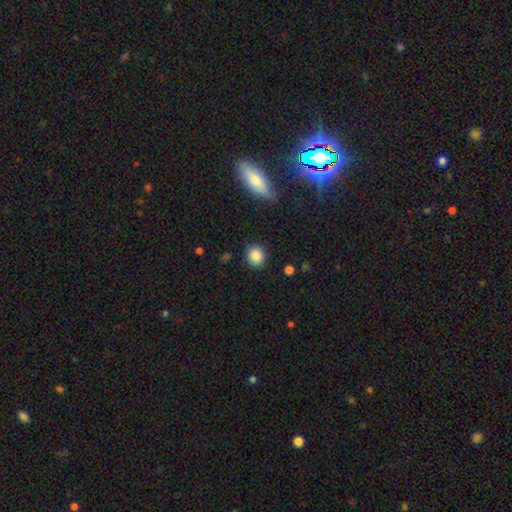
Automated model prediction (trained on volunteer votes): smooth 87%, star or artifact 9%, featured or disk 4%. Down the decision tree: how rounded — round (83%); merging — none (88%).